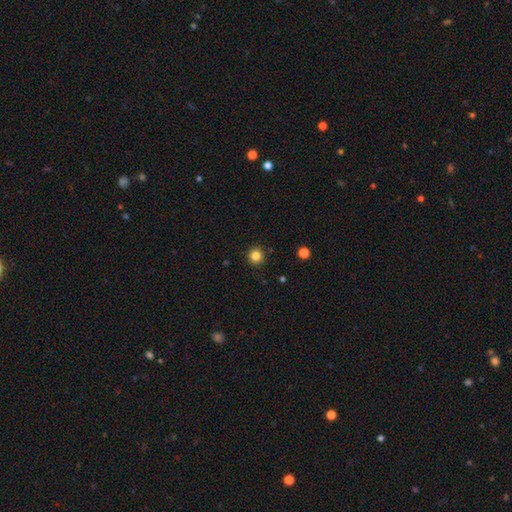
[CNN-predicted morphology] The model was most divided on "smooth or featured": smooth: 83%, star or artifact: 12%, featured or disk: 5%. More confident: how rounded — round (95%); merging — none (92%).